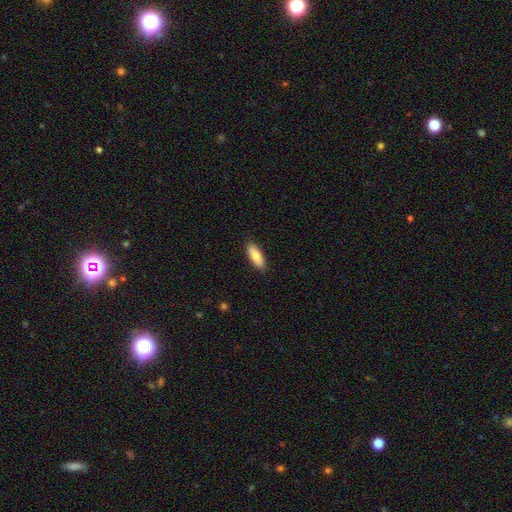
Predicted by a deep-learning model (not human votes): smooth_or_featured: smooth (p=0.80) [alt: featured or disk p=0.14]
how_rounded: in between (p=0.63) [alt: cigar-shaped p=0.35]
merging: none (p=0.88) [alt: minor disturbance p=0.09]